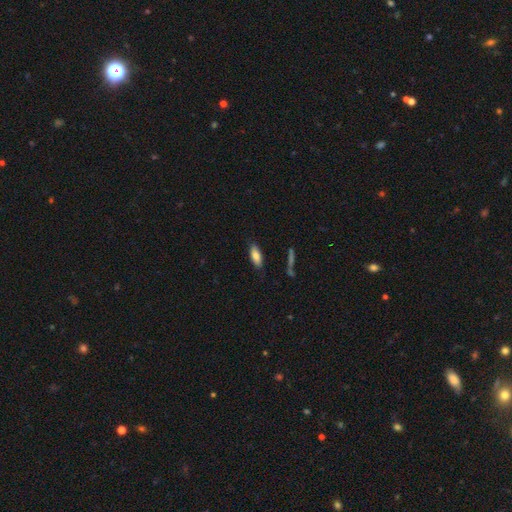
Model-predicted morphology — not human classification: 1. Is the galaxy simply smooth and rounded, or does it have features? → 80% smooth, 13% featured or disk, 7% star or artifact.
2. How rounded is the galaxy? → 74% in between, 24% cigar-shaped, 2% round.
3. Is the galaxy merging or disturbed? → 86% none, 11% minor disturbance, 2% major disturbance, 2% merger.